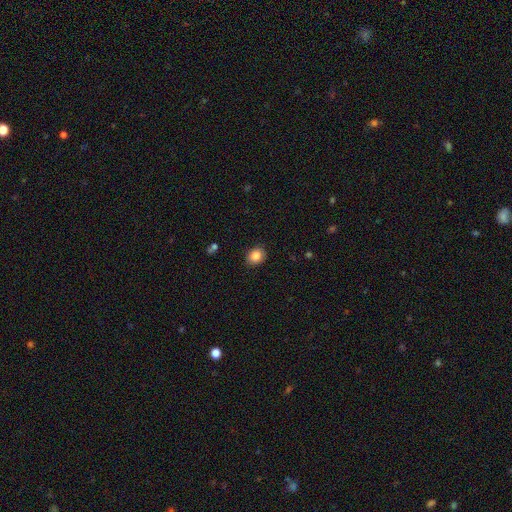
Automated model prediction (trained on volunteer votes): This appears to be a smooth galaxy with no disk features (86%) that is round (59%). Merging: none (88%).